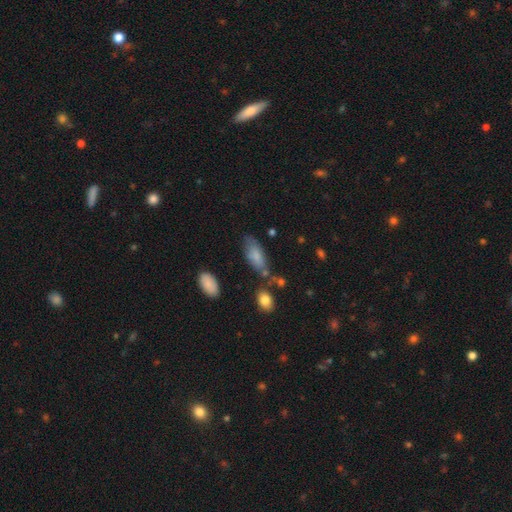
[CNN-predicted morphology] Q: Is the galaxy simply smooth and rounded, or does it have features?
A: smooth — 78%.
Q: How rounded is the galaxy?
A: in between — 82%.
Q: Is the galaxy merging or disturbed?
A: none — 53%.